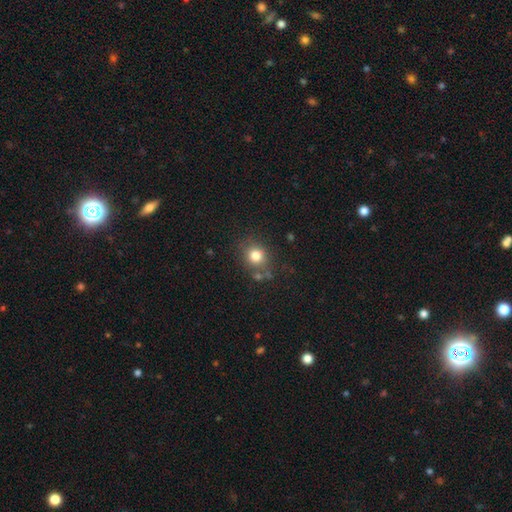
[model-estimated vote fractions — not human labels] smooth_or_featured: smooth (p=0.79) [alt: star or artifact p=0.13]
how_rounded: round (p=0.79) [alt: in between p=0.21]
merging: none (p=0.73) [alt: minor disturbance p=0.14]